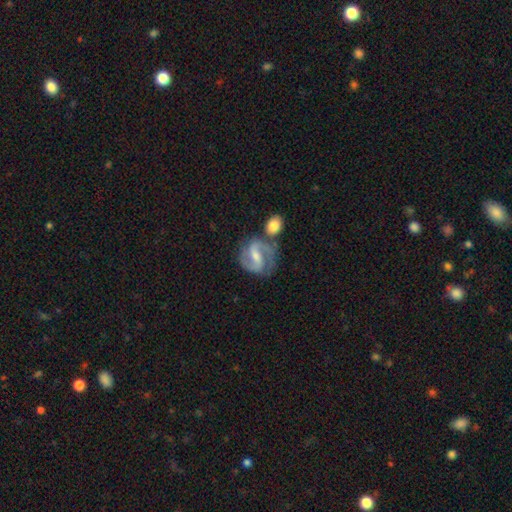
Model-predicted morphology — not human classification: A featured or disk galaxy (85%) with a strong bar (44%), 2 (90%) medium (56%) spiral arms (96%) and a moderate central bulge (47%). Merging: none (63%).